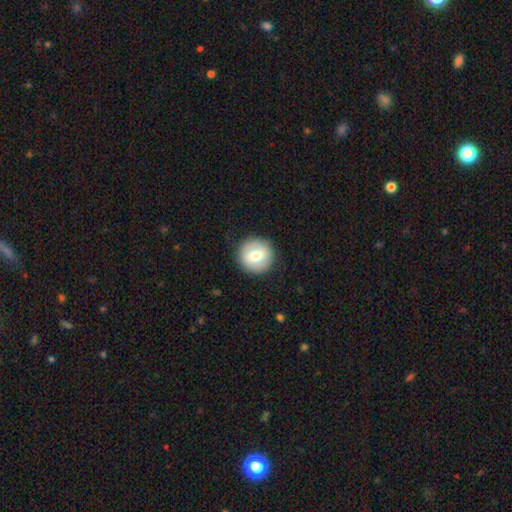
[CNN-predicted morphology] Q: Smooth or featured?
A: smooth (67%); runner-up: featured or disk (26%)
Q: How rounded?
A: round (94%); runner-up: in between (5%)
Q: Merging?
A: none (90%); runner-up: minor disturbance (7%)